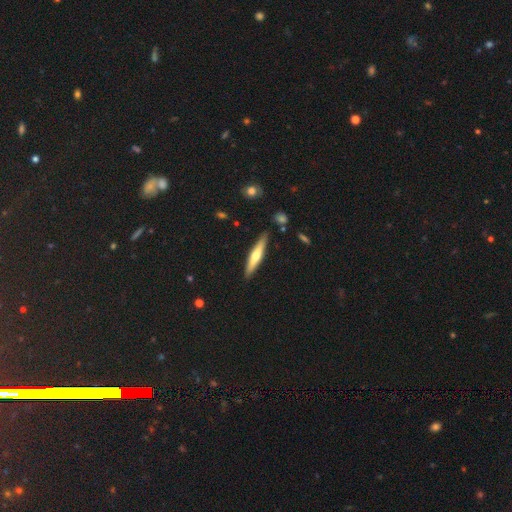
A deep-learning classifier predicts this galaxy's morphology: smooth_or_featured: featured or disk (p=0.52) [alt: smooth p=0.42]
disk_edge_on: yes (p=0.94) [alt: no p=0.06]
merging: none (p=0.89) [alt: minor disturbance p=0.08]